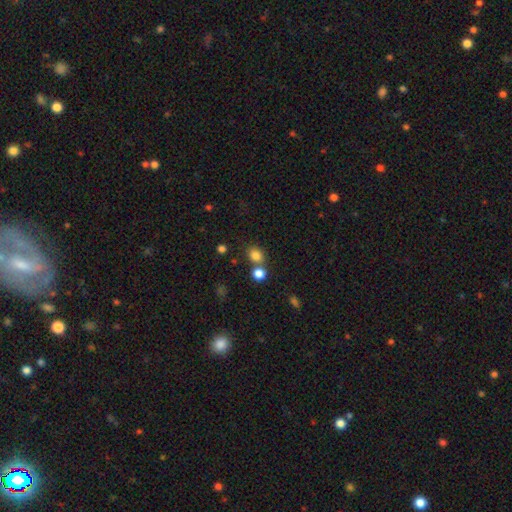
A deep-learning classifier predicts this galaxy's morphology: type=smooth (81%); roundness=round (64%); merging=none (62%).